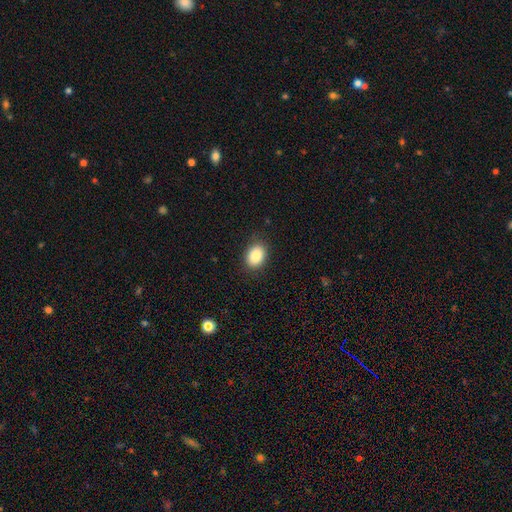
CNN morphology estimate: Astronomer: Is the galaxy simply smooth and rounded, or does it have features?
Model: smooth — 88%.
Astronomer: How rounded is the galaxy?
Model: in between — 75%.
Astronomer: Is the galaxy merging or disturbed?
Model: none — 87%.